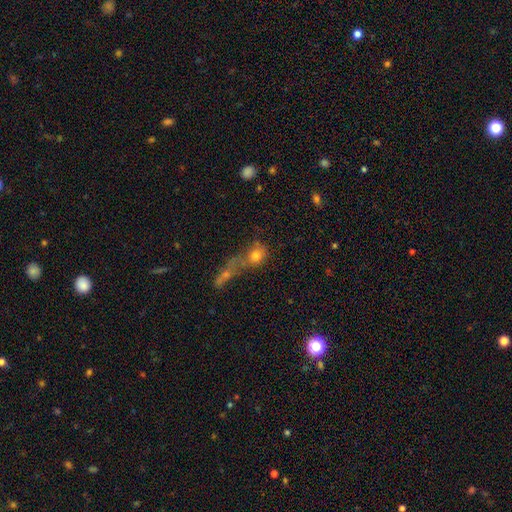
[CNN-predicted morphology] A smooth galaxy with no disk features (71%) that is round (60%). Merging: merger (56%).